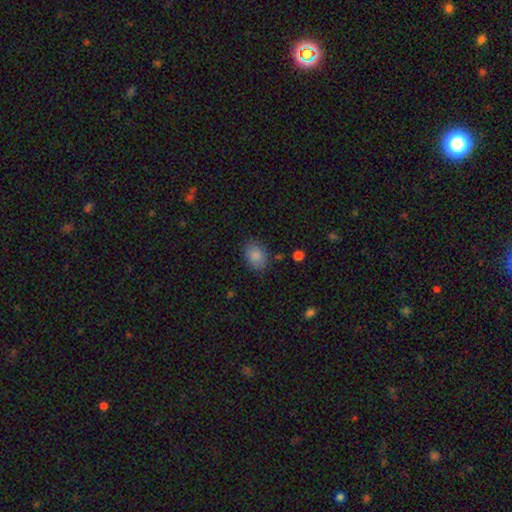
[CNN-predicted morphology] This appears to be a smooth galaxy with no disk features (86%) that is in between round and cigar-shaped (72%). Merging: none (81%).